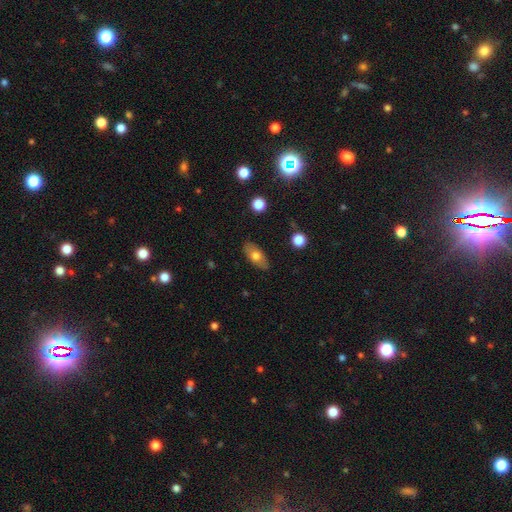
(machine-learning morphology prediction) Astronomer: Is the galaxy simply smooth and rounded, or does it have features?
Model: smooth — 66%.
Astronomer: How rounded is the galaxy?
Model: in between — 87%.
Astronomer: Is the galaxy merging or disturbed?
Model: none — 85%.